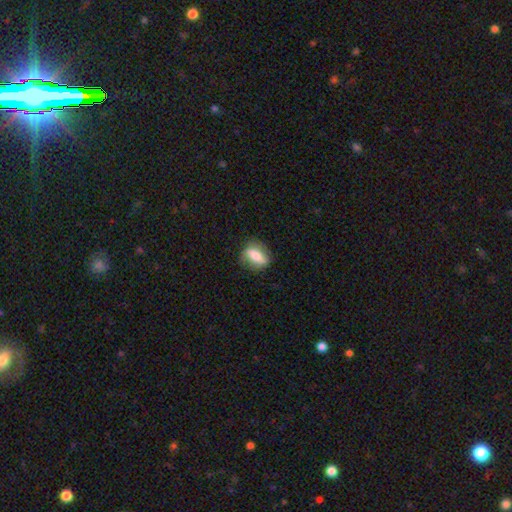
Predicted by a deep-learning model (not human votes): The model was most divided on "smooth or featured": smooth: 57%, featured or disk: 36%, star or artifact: 7%. More confident: merging — none (77%); how rounded — in between (66%).